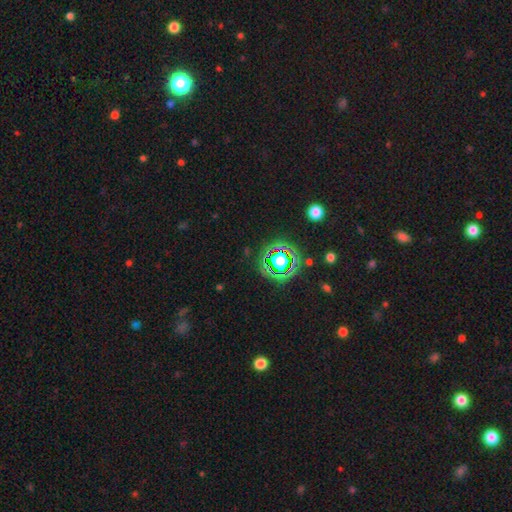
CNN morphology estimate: smooth_or_featured: star or artifact (p=0.78) [alt: smooth p=0.14]